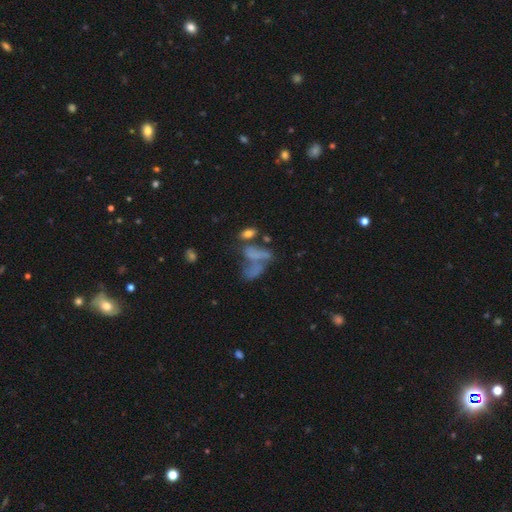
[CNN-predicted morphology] A smooth galaxy with no disk features (52%) that is in between round and cigar-shaped (72%). Merging: merger (39%).